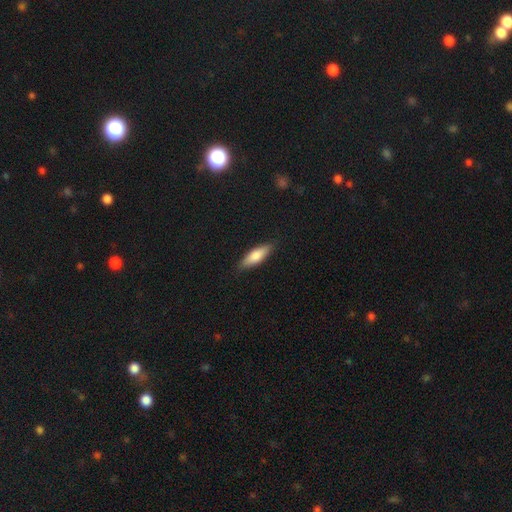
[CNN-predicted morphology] Overall: smooth (75%). How rounded: in between (52%; cigar-shaped 46%). Merging: none (87%).